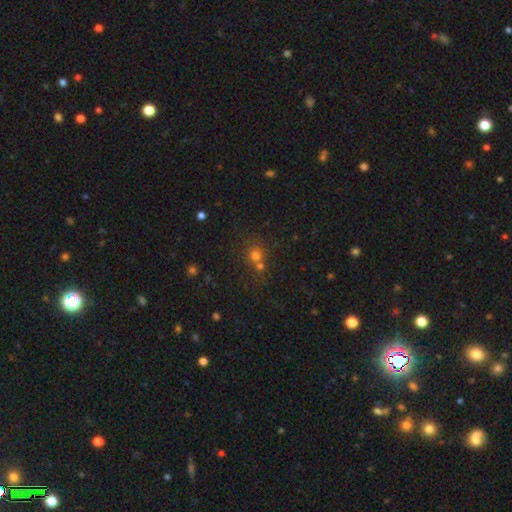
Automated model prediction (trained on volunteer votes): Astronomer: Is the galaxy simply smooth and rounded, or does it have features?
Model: smooth — 69%.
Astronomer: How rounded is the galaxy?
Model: round — 87%.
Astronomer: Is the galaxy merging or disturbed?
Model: none — 50% (runner-up: merger, 40%).